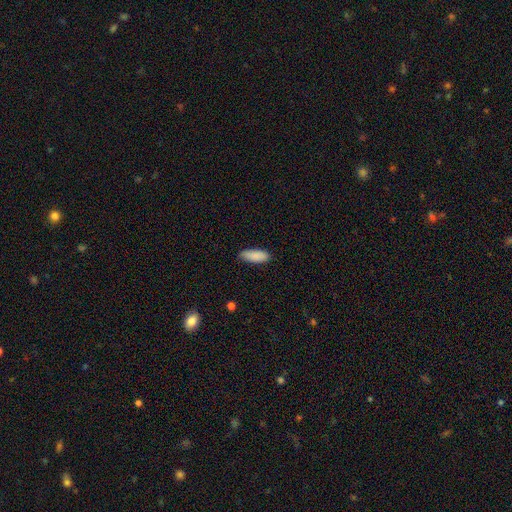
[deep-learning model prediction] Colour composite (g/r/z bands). It shows a smooth galaxy with no disk features (89%) that is in between round and cigar-shaped (76%). Merging: none (84%).